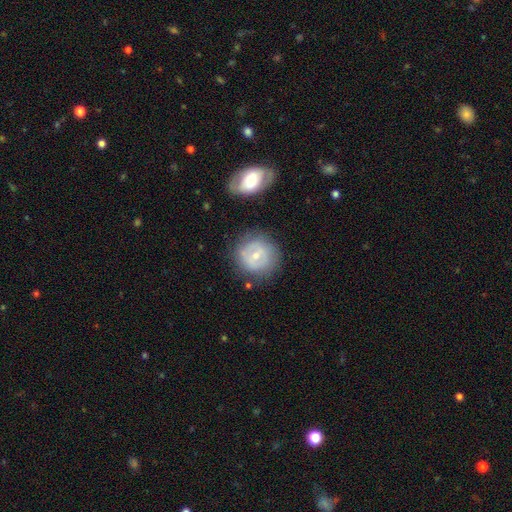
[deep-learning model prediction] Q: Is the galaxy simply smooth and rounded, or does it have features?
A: smooth — 47%.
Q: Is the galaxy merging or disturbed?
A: none — 74%.